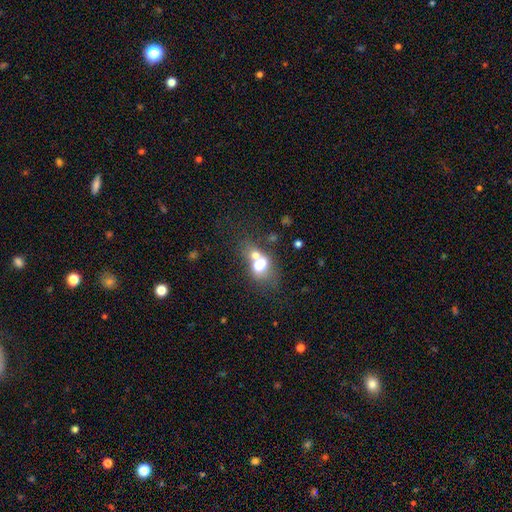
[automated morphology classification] Overall: smooth (59%; star or artifact 22%). How rounded: round (49%; in between 47%). Merging: merger (41%, tied with none).